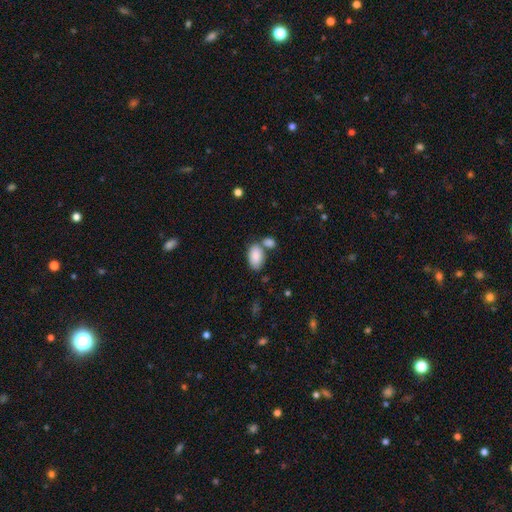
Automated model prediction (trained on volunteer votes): A smooth galaxy with no disk features (86%) that is in between round and cigar-shaped (94%).

Vote fractions:
- Smooth or featured? smooth: 86% / featured or disk: 7% / star or artifact: 6%
- How rounded? in between: 94% / round: 5% / cigar-shaped: 2%
- Merging? none: 55% / merger: 27% / minor disturbance: 13% / major disturbance: 4%